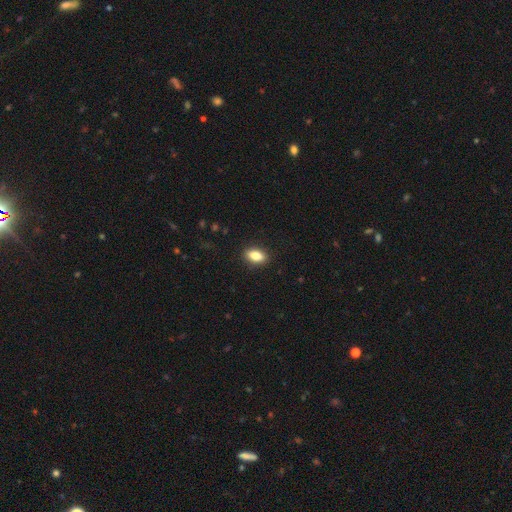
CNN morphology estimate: Smooth or featured? smooth (85%)
How rounded? in between (88%)
Merging? none (89%)